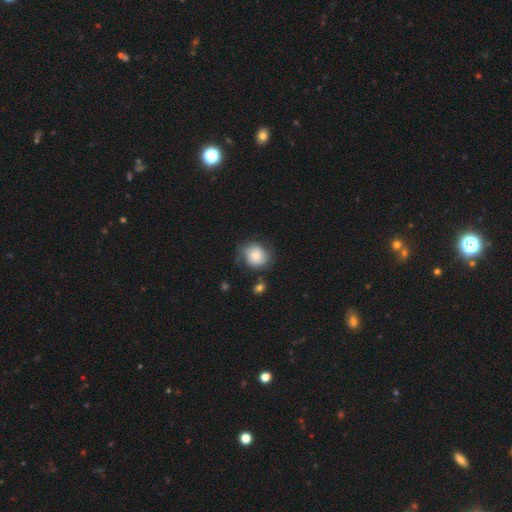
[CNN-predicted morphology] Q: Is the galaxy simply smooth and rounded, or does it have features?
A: smooth — 54%.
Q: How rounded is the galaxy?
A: round — 73%.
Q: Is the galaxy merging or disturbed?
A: none — 58%.